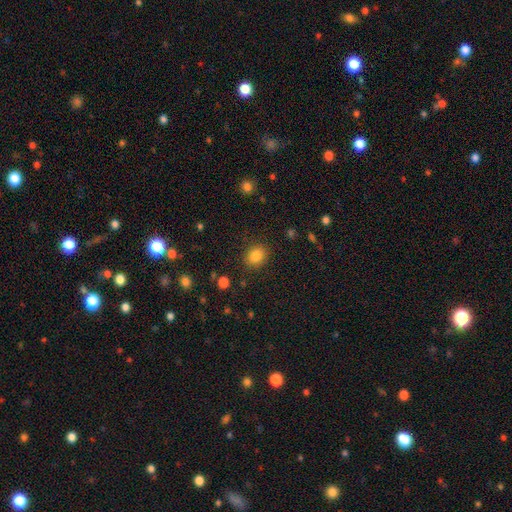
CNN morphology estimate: Smooth or featured? smooth (84%)
How rounded? round (58%)
Merging? none (88%)